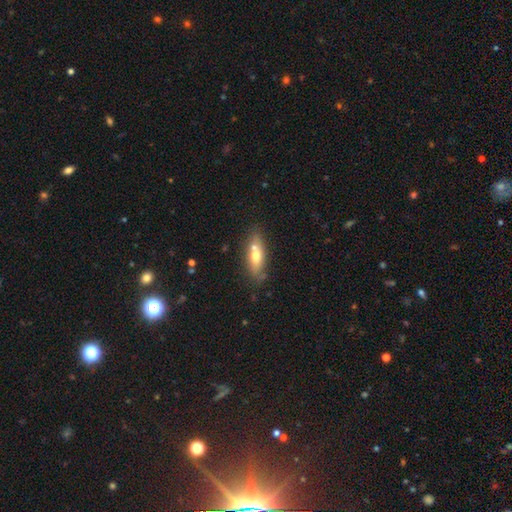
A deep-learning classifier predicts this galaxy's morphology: smooth-or-featured: smooth: 60% | featured or disk: 33% | star or artifact: 7%
  how-rounded: in between: 63% | cigar-shaped: 33% | round: 4%
  merging: none: 63% | merger: 19% | minor disturbance: 15% | major disturbance: 4%